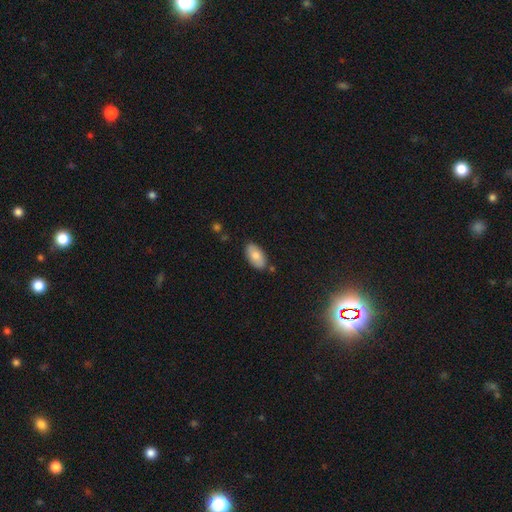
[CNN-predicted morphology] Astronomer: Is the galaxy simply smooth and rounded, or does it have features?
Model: smooth — 79%.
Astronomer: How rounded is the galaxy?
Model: in between — 94%.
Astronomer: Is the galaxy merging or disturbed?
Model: none — 82%.